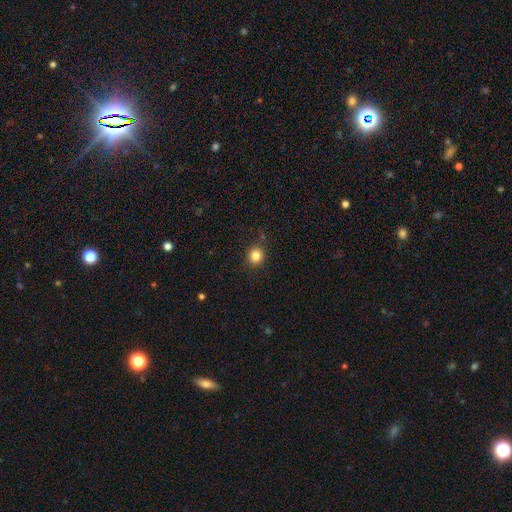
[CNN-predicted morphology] Smooth or featured: smooth — 84% (star or artifact — 12%)
How rounded: round — 87% (in between — 12%)
Merging: none — 87% (minor disturbance — 9%)